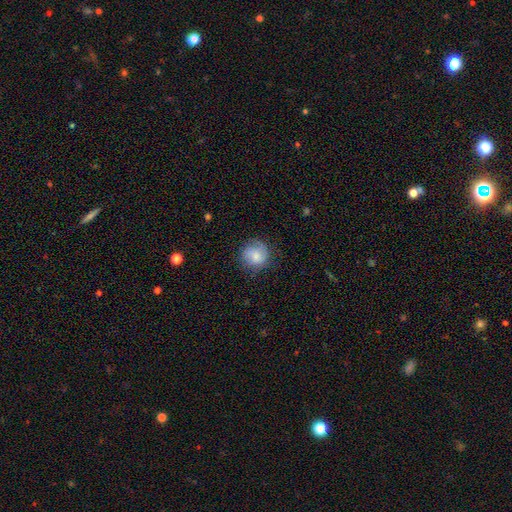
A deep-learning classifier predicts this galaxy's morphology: smooth_or_featured: smooth (p=0.71) [alt: featured or disk p=0.21]
how_rounded: round (p=0.89) [alt: in between p=0.10]
merging: none (p=0.74) [alt: minor disturbance p=0.19]